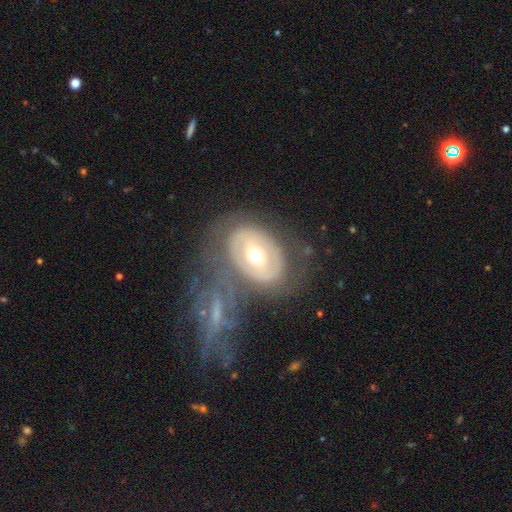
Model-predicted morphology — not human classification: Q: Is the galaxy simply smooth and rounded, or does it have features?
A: featured or disk — 65%.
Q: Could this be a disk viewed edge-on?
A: no — 94%.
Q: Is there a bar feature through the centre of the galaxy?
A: no — 52%.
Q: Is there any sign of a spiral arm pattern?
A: no — 61%.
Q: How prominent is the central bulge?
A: moderate — 78%.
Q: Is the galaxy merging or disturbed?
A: none — 50%.